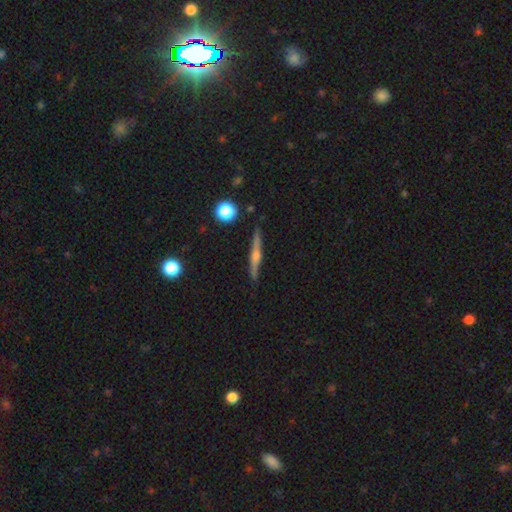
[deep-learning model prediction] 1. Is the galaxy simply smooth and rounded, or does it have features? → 71% featured or disk, 22% smooth, 7% star or artifact.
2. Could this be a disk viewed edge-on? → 98% yes, 2% no.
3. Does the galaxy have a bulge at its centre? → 85% rounded, 8% boxy, 7% none.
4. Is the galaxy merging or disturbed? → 90% none, 7% minor disturbance, 2% major disturbance, 2% merger.